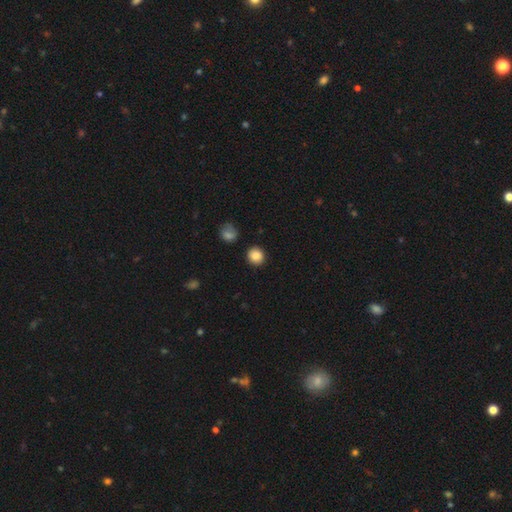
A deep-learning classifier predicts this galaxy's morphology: Smooth or featured?
  - smooth: 86% *
  - star or artifact: 9%
  - featured or disk: 4%
How rounded?
  - round: 88% *
  - in between: 11%
  - cigar-shaped: 1%
Merging?
  - none: 89% *
  - minor disturbance: 7%
  - merger: 2%
  - major disturbance: 2%